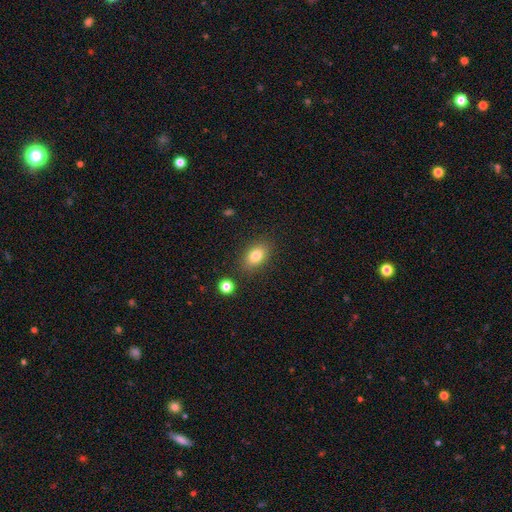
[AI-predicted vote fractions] Smooth or featured?
  - smooth: 81% *
  - featured or disk: 9%
  - star or artifact: 9%
How rounded?
  - in between: 85% *
  - round: 13%
  - cigar-shaped: 2%
Merging?
  - none: 84% *
  - minor disturbance: 10%
  - major disturbance: 3%
  - merger: 3%